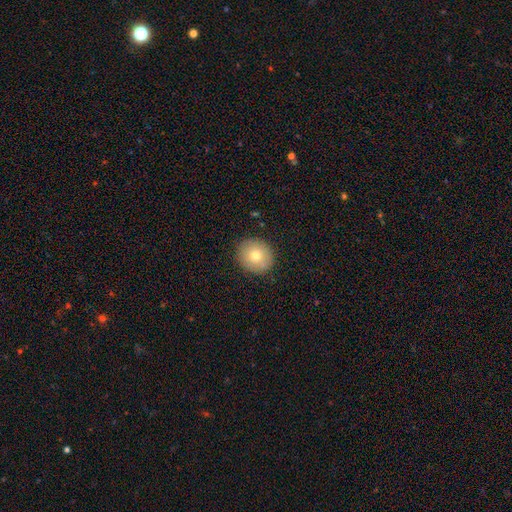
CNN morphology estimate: A smooth galaxy with no disk features (75%) that is round (79%).

Vote fractions:
- Smooth or featured? smooth: 75% / featured or disk: 15% / star or artifact: 9%
- How rounded? round: 79% / in between: 20% / cigar-shaped: 1%
- Merging? none: 88% / minor disturbance: 8% / major disturbance: 2% / merger: 1%